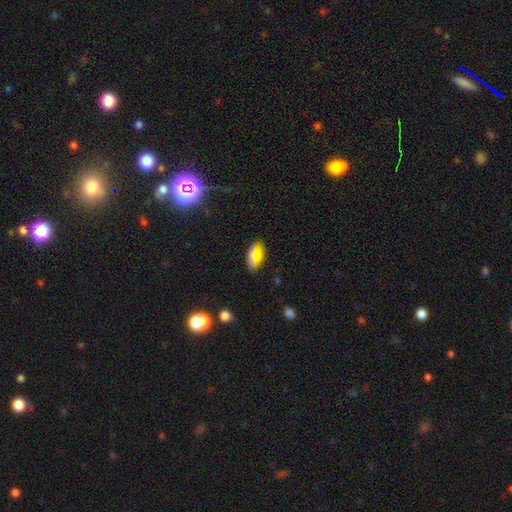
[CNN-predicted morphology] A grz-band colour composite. It shows a smooth galaxy with no disk features (67%) that is in between round and cigar-shaped (87%). Merging: none (81%).